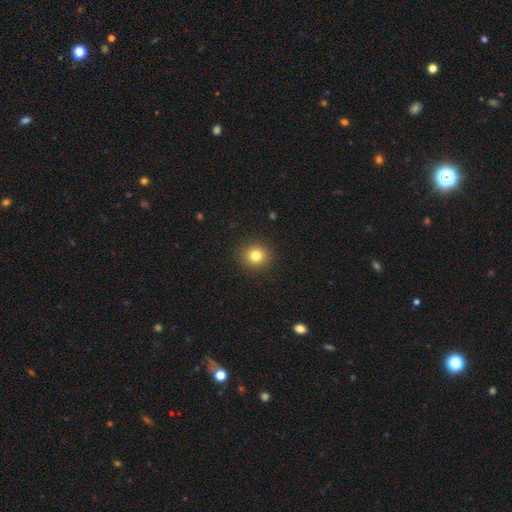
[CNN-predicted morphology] A smooth galaxy with no disk features (81%) that is round (91%).

Vote fractions:
- Smooth or featured? smooth: 81% / star or artifact: 12% / featured or disk: 7%
- How rounded? round: 91% / in between: 8% / cigar-shaped: 1%
- Merging? none: 91% / minor disturbance: 6% / major disturbance: 2% / merger: 1%